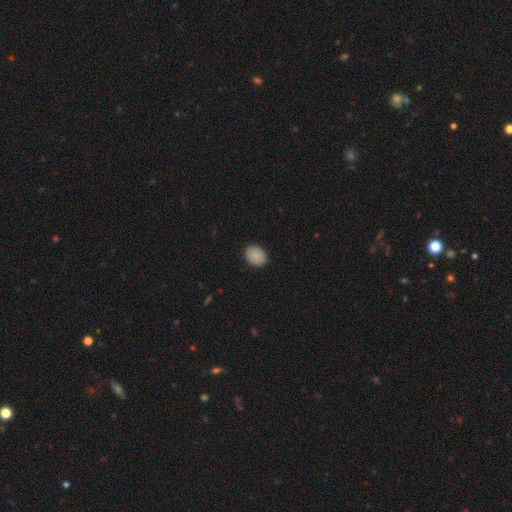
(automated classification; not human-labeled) Smooth or featured: smooth — 87% (star or artifact — 7%)
How rounded: in between — 59% (round — 40%)
Merging: none — 89% (minor disturbance — 8%)